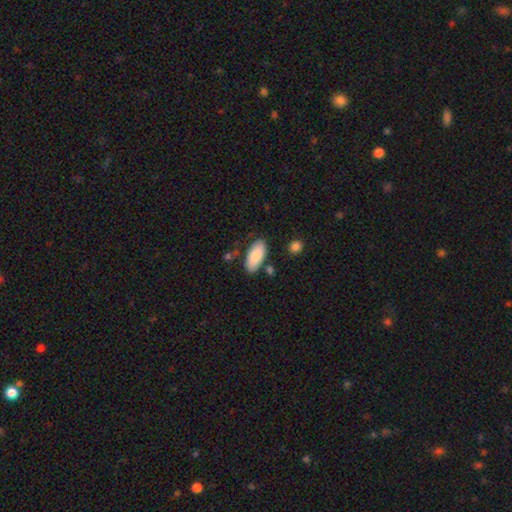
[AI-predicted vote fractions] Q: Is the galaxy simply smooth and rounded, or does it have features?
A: smooth — 84%.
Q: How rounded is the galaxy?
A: in between — 91%.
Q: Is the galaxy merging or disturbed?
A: none — 80%.